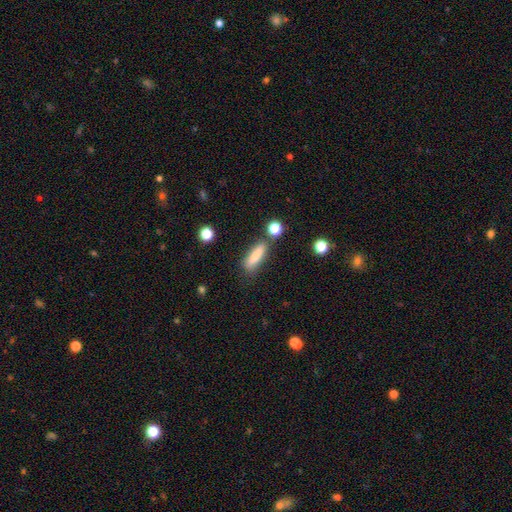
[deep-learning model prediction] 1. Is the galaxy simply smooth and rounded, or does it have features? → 79% smooth, 13% featured or disk, 8% star or artifact.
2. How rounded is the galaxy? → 60% cigar-shaped, 37% in between, 3% round.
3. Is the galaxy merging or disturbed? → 72% none, 15% minor disturbance, 8% merger, 5% major disturbance.